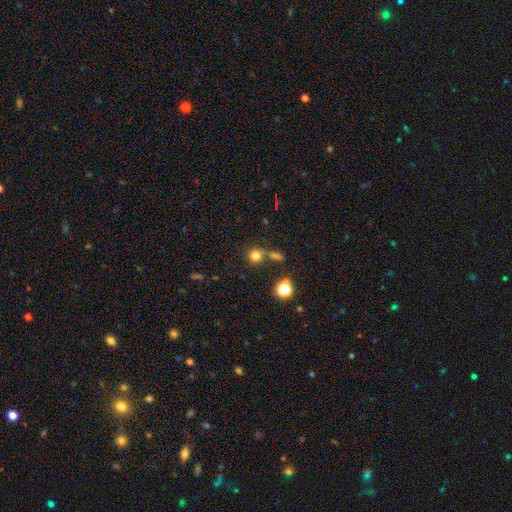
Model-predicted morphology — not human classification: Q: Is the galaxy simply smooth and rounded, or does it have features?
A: smooth — 75%.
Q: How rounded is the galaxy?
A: round — 89%.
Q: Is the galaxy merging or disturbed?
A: none — 62%.